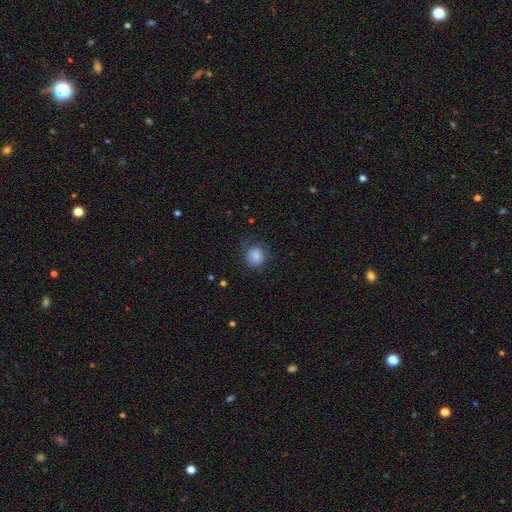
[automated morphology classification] This is clearly a smooth galaxy (83%). How rounded: likely round (75%). Merging: likely none (69%).